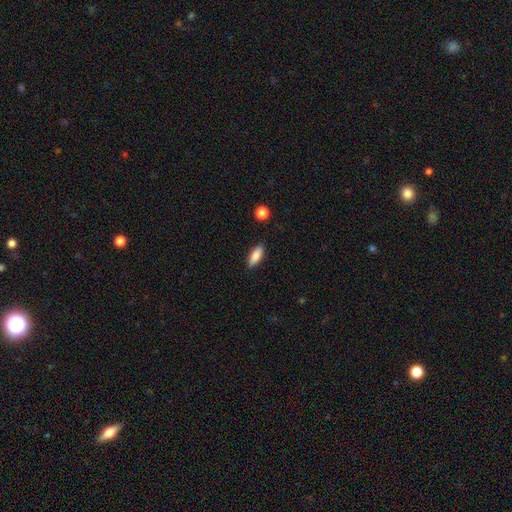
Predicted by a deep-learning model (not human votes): Smooth or featured? Predicted: smooth (p=0.81). How rounded? Predicted: in between (p=0.68). Merging? Predicted: none (p=0.88).